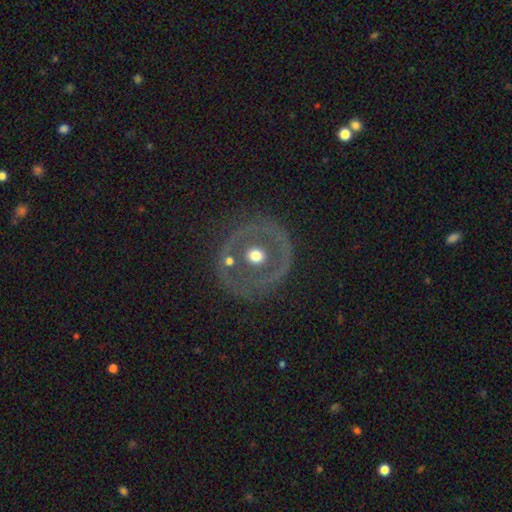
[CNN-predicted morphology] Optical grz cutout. It shows a featured or disk galaxy (58%) with no bar (87%), no spiral arms (83%) and a moderate central bulge (77%). Merging: none (75%).